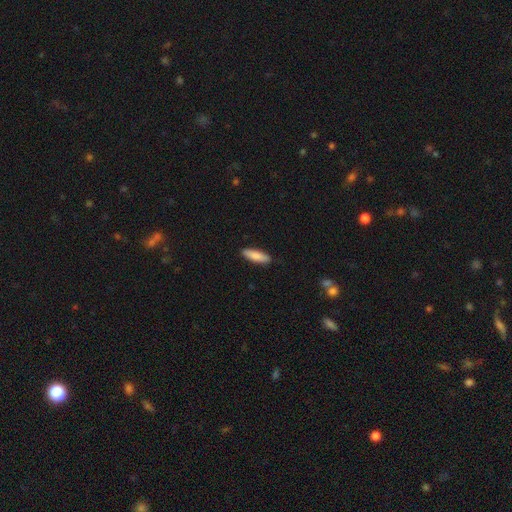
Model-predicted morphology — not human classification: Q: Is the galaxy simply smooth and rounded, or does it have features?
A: smooth — 85%.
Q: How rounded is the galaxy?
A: cigar-shaped — 55%.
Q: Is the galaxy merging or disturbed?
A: none — 89%.